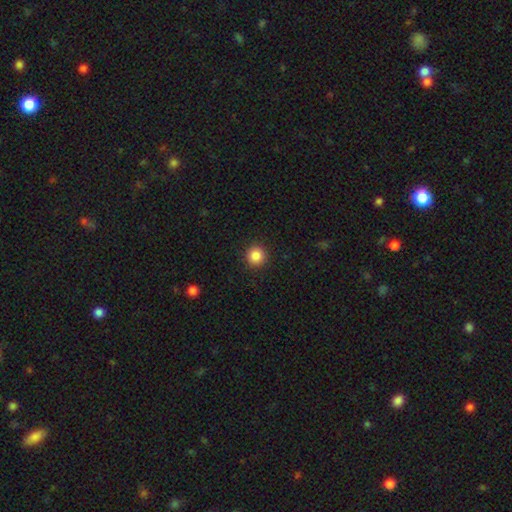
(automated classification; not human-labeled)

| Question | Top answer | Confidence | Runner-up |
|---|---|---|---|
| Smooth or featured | smooth | 86% | star or artifact (10%) |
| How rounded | round | 95% | in between (4%) |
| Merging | none | 92% | minor disturbance (5%) |